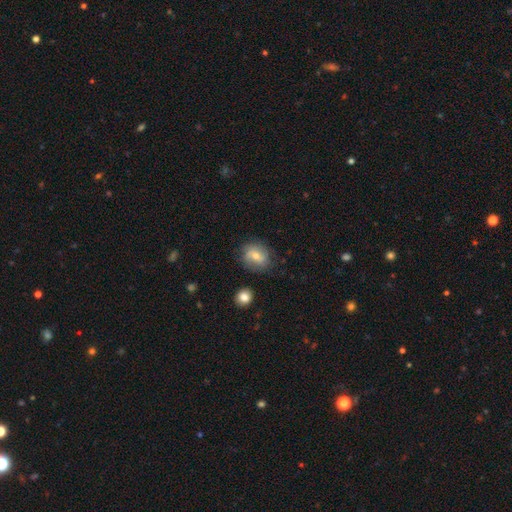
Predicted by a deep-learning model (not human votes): Q: Smooth or featured?
A: smooth (49%); runner-up: featured or disk (42%)
Q: Merging?
A: none (75%); runner-up: minor disturbance (17%)